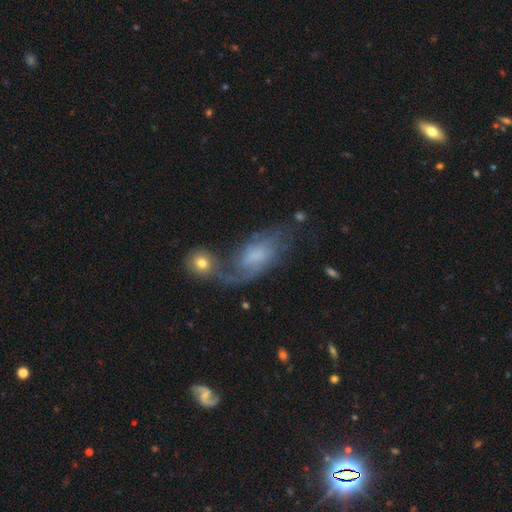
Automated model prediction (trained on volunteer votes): smooth_or_featured: featured or disk (p=0.60) [alt: smooth p=0.30]
disk_edge_on: no (p=0.91) [alt: yes p=0.09]
bar: no (p=0.60) [alt: weak p=0.33]
has_spiral_arms: yes (p=0.82) [alt: no p=0.18]
bulge_size: small (p=0.32) [alt: moderate p=0.31]
merging: none (p=0.37) [alt: merger p=0.26]